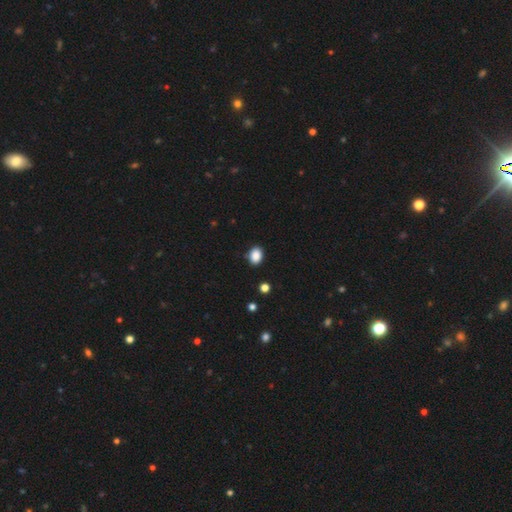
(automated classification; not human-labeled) Smooth or featured?
  - smooth: 87% *
  - star or artifact: 9%
  - featured or disk: 3%
How rounded?
  - in between: 65% *
  - round: 34%
  - cigar-shaped: 1%
Merging?
  - none: 85% *
  - minor disturbance: 11%
  - major disturbance: 2%
  - merger: 2%